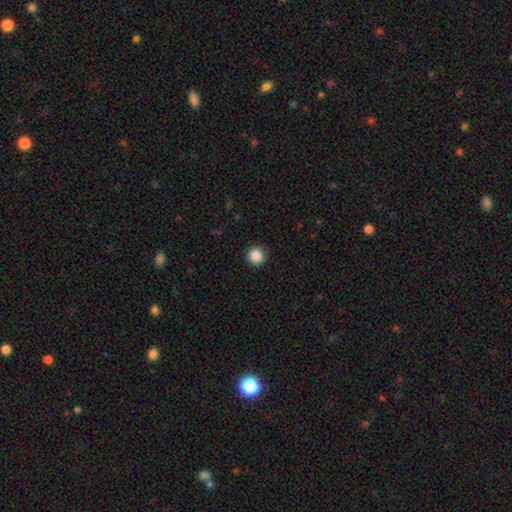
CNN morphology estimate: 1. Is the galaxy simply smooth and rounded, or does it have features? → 87% smooth, 10% star or artifact, 3% featured or disk.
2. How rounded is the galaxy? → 93% round, 6% in between, 1% cigar-shaped.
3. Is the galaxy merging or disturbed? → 91% none, 6% minor disturbance, 2% major disturbance, 1% merger.